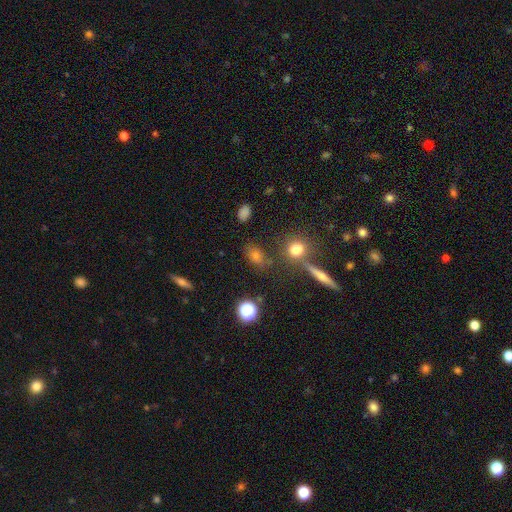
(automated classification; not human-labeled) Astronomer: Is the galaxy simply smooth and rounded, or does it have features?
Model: smooth — 64%.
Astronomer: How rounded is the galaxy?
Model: in between — 59%.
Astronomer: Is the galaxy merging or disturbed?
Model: none — 71%.